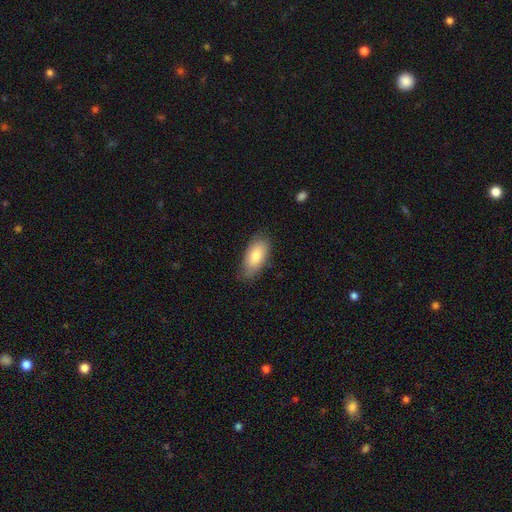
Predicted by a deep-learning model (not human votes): A smooth galaxy with no disk features (79%) that is in between round and cigar-shaped (90%). Merging: none (77%).